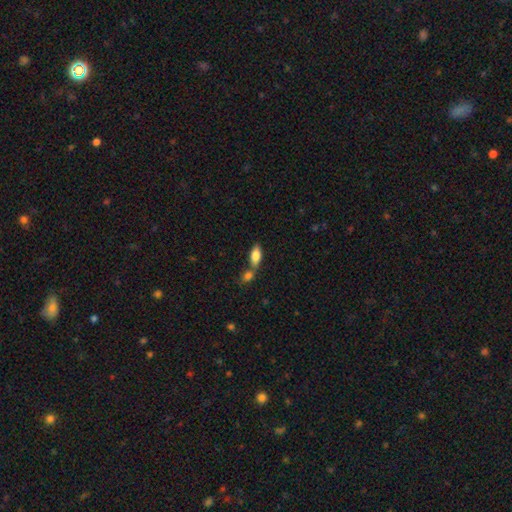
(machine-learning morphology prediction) Smooth or featured? Predicted: smooth (p=0.82). How rounded? Predicted: in between (p=0.85). Merging? Predicted: none (p=0.47).